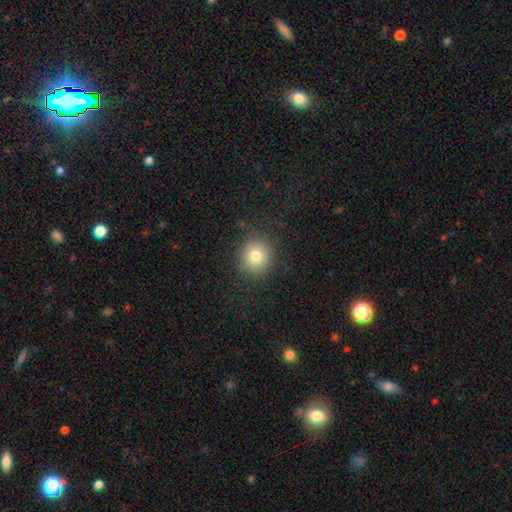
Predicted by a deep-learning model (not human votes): Q: Smooth or featured?
A: smooth (78%); runner-up: star or artifact (13%)
Q: How rounded?
A: round (88%); runner-up: in between (11%)
Q: Merging?
A: none (86%); runner-up: minor disturbance (9%)